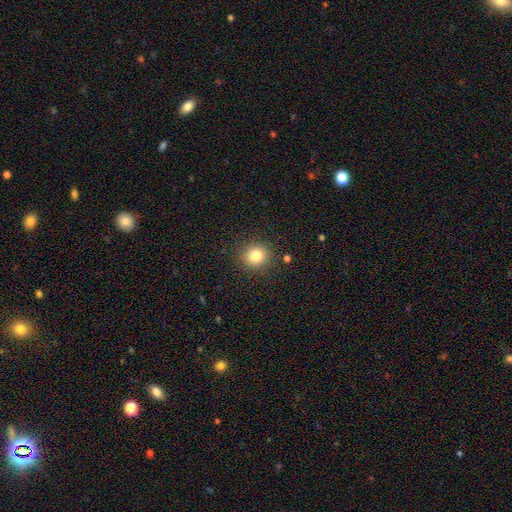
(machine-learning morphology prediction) type=smooth (81%); roundness=round (87%); merging=none (89%).